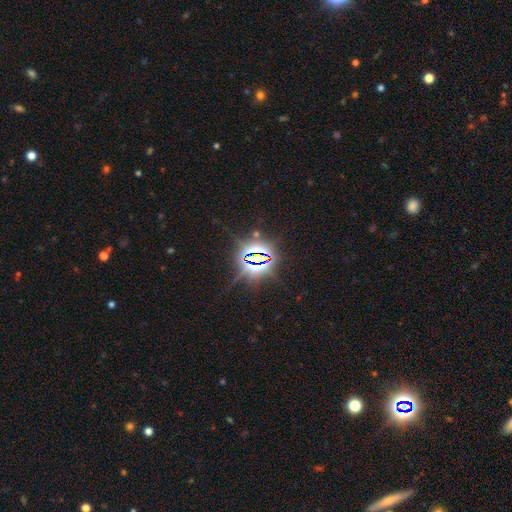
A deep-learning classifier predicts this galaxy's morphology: Smooth or featured? Predicted: star or artifact (p=0.83).